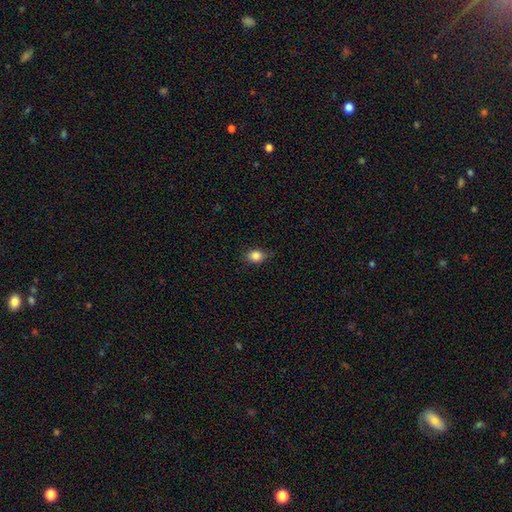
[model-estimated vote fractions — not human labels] Smooth or featured?
  - smooth: 84% *
  - star or artifact: 10%
  - featured or disk: 5%
How rounded?
  - round: 51% *
  - in between: 47%
  - cigar-shaped: 1%
Merging?
  - none: 77% *
  - minor disturbance: 19%
  - major disturbance: 4%
  - merger: 1%